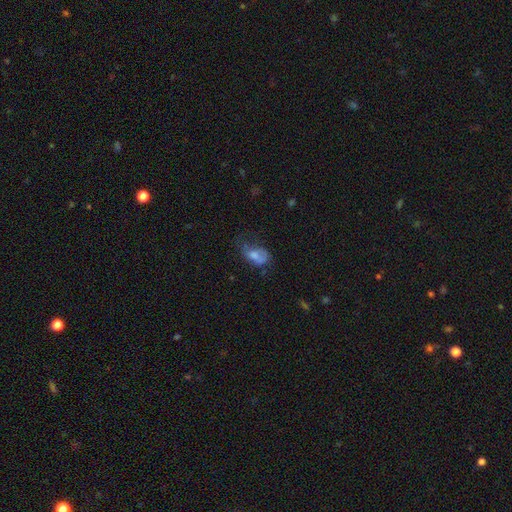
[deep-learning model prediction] Smooth or featured?
  - smooth: 61% *
  - featured or disk: 28%
  - star or artifact: 11%
How rounded?
  - in between: 84% *
  - round: 14%
  - cigar-shaped: 2%
Merging?
  - major disturbance: 42% *
  - minor disturbance: 27%
  - none: 25%
  - merger: 6%